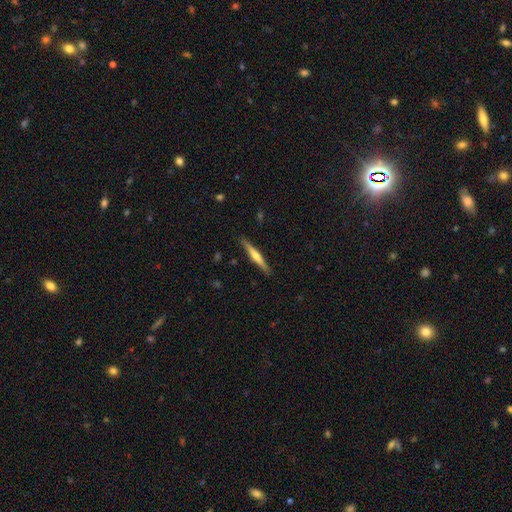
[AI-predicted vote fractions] A featured or disk galaxy (59%) viewed edge-on (98%) with a rounded central bulge (70%).

Vote fractions:
- Smooth or featured? featured or disk: 59% / smooth: 36% / star or artifact: 5%
- Edge-on disk? yes: 98% / no: 2%
- Edge-on bulge? rounded: 70% / none: 19% / boxy: 11%
- Merging? none: 90% / minor disturbance: 7% / major disturbance: 2% / merger: 1%